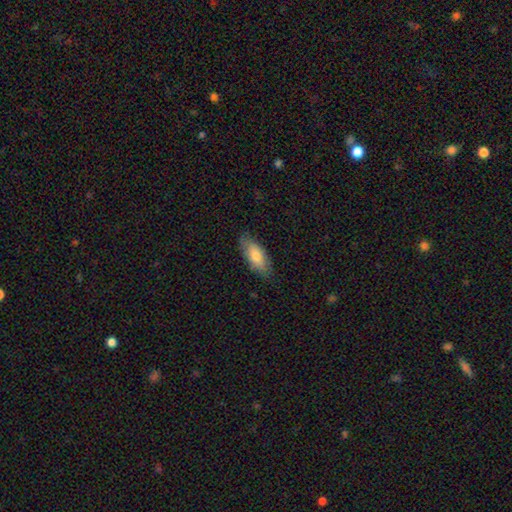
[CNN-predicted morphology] This is likely a smooth galaxy (74%). How rounded: likely in between (79%). Merging: clearly none (82%).